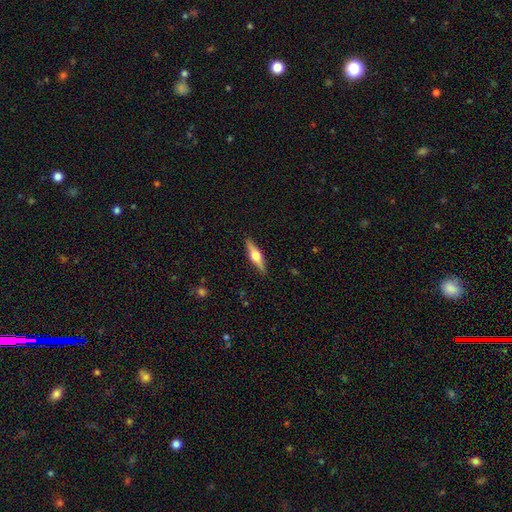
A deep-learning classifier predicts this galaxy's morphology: Overall: featured or disk (63%; smooth 31%). Edge-on disk: yes (96%). Edge-on bulge: rounded (94%). Merging: none (90%).